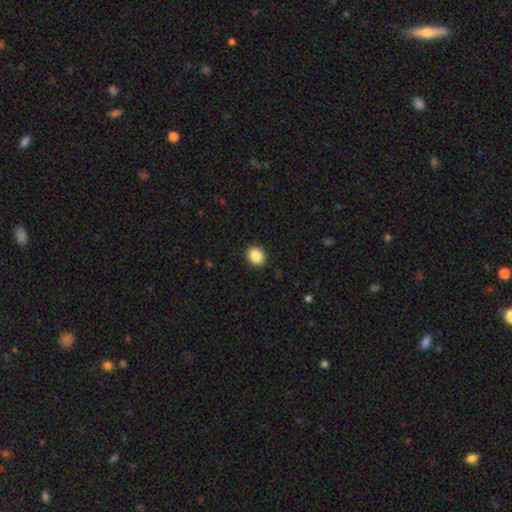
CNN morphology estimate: Smooth or featured? Predicted: smooth (p=0.87). How rounded? Predicted: round (p=0.55). Merging? Predicted: none (p=0.90).